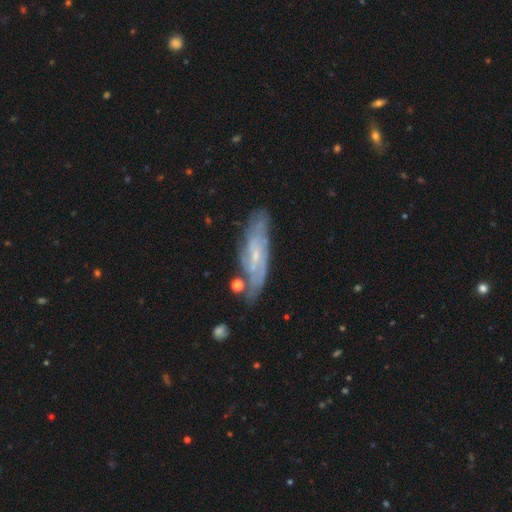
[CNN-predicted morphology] Smooth or featured?
  - featured or disk: 75% *
  - smooth: 18%
  - star or artifact: 7%
Edge-on disk?
  - no: 77% *
  - yes: 23%
Bar?
  - no: 48% *
  - weak: 41%
  - strong: 11%
Spiral arms?
  - yes: 87% *
  - no: 13%
Spiral winding?
  - tight: 47% *
  - medium: 37%
  - loose: 15%
Spiral arm count?
  - can't tell: 44% *
  - 2: 32%
  - 3: 11%
  - 4: 6%
  - 1: 4%
  - more than 4: 4%
Bulge size?
  - small: 76% *
  - moderate: 16%
  - none: 7%
  - large: 1%
  - dominant: 1%
Merging?
  - none: 71% *
  - minor disturbance: 19%
  - major disturbance: 6%
  - merger: 5%